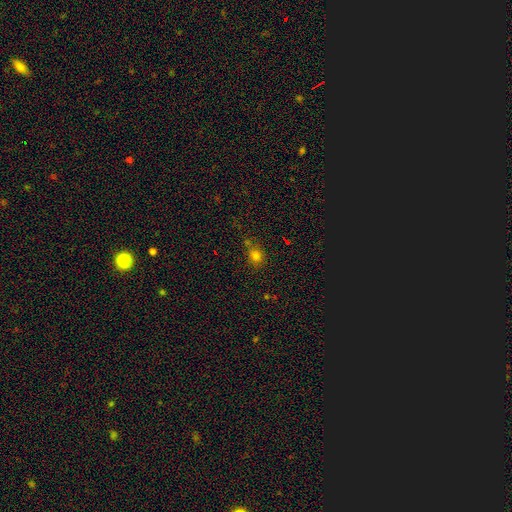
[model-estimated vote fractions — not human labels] This is likely a smooth galaxy (73%). How rounded: likely round (69%). Merging: likely none (67%).